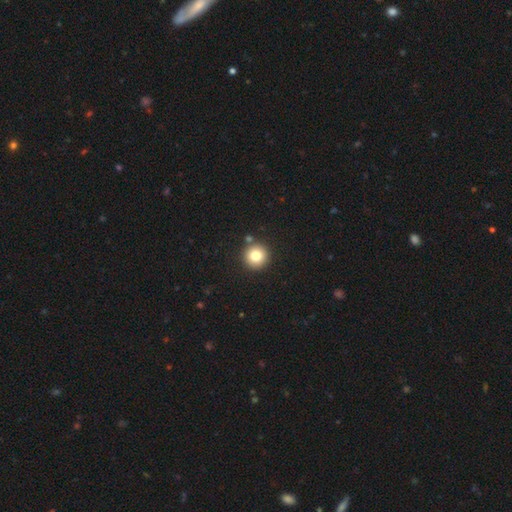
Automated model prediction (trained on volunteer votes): A smooth galaxy with no disk features (81%) that is round (95%). Merging: none (87%).